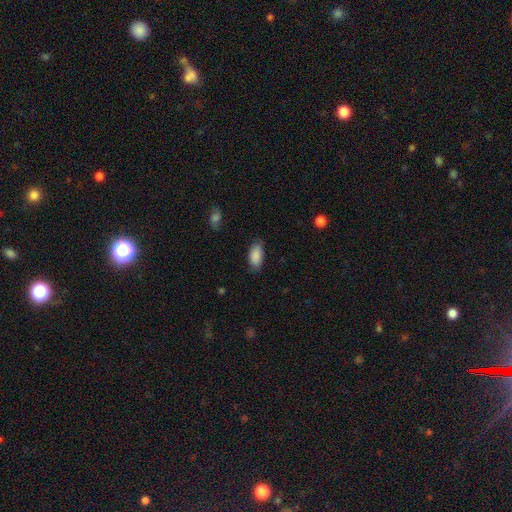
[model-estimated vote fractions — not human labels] smooth 88%, star or artifact 7%, featured or disk 5%. Down the decision tree: how rounded — in between (92%); merging — none (78%).